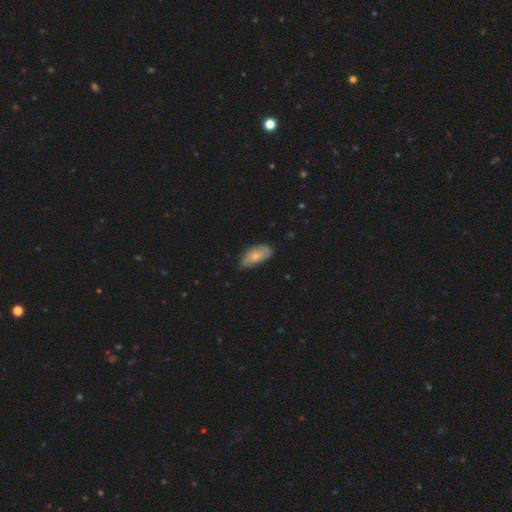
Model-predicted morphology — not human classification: A smooth galaxy with no disk features (57%) that is in between round and cigar-shaped (89%). Merging: none (57%).